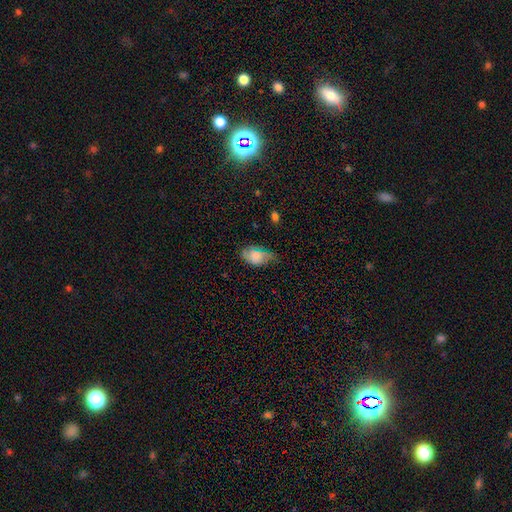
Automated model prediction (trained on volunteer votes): Morphology: type=smooth (67%); roundness=in between (89%); merging=none (44%).